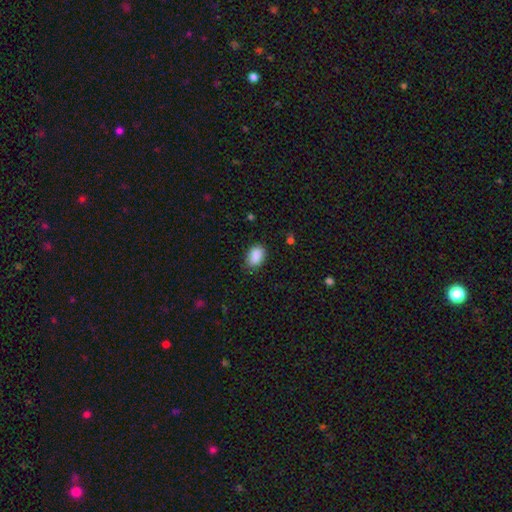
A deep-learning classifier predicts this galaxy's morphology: A smooth galaxy with no disk features (89%) that is in between round and cigar-shaped (84%). Merging: none (78%).